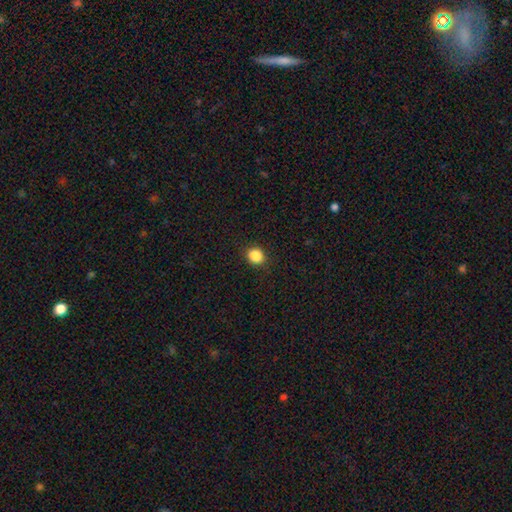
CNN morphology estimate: smooth-or-featured: smooth: 87% | star or artifact: 10% | featured or disk: 3%
  how-rounded: round: 74% | in between: 25% | cigar-shaped: 1%
  merging: none: 89% | minor disturbance: 8% | major disturbance: 2% | merger: 1%